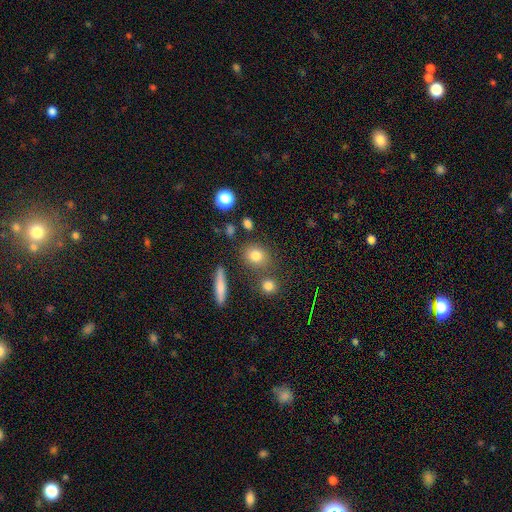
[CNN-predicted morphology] smooth 78%, star or artifact 12%, featured or disk 10%. Down the decision tree: how rounded — round (63%); merging — none (74%).